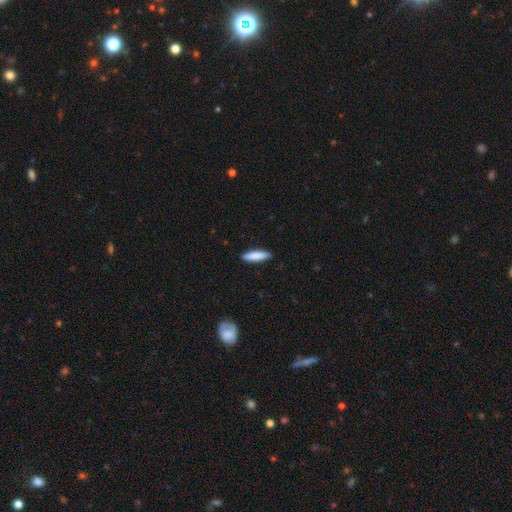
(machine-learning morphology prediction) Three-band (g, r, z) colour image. It shows a smooth galaxy with no disk features (85%) that is cigar-shaped (73%). Merging: none (89%).